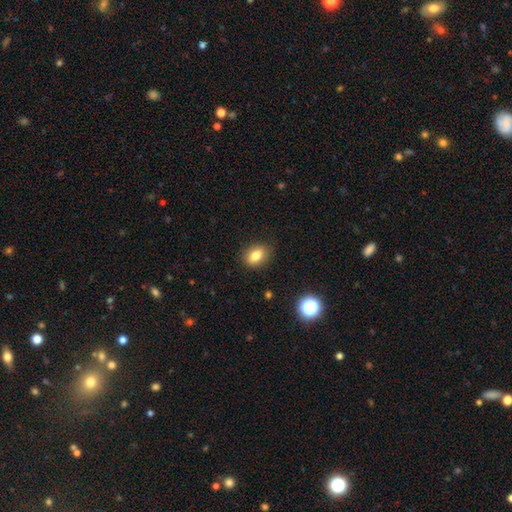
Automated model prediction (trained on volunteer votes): A smooth galaxy with no disk features (81%) that is in between round and cigar-shaped (73%). Merging: none (86%).